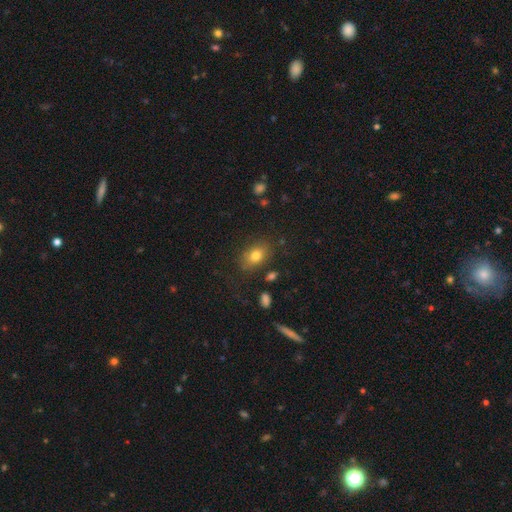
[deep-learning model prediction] Q: Smooth or featured?
A: smooth (78%); runner-up: star or artifact (11%)
Q: How rounded?
A: in between (74%); runner-up: round (24%)
Q: Merging?
A: none (80%); runner-up: minor disturbance (13%)